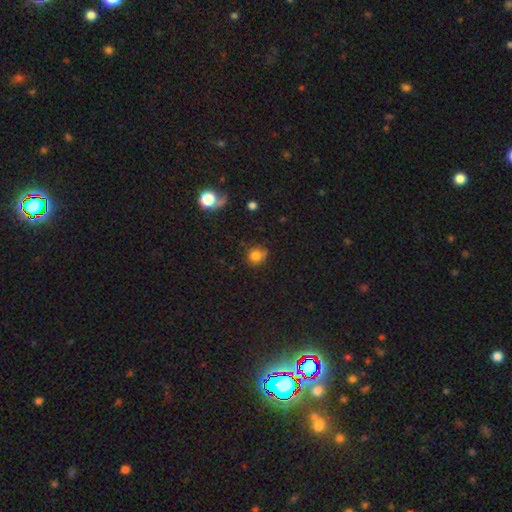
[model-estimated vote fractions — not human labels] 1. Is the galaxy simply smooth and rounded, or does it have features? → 81% smooth, 13% star or artifact, 7% featured or disk.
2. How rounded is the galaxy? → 83% round, 16% in between, 1% cigar-shaped.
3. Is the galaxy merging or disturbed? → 70% none, 21% minor disturbance, 5% major disturbance, 4% merger.